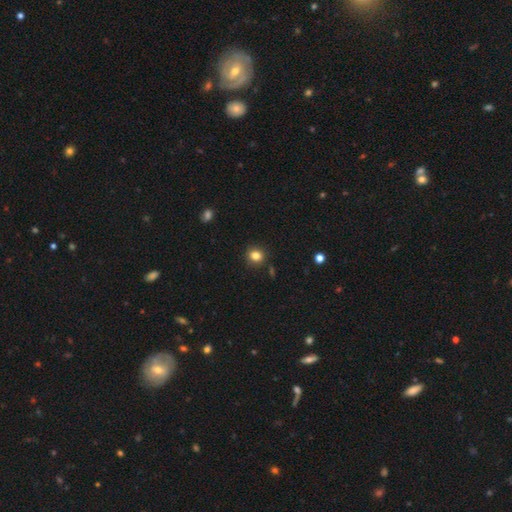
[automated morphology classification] This is clearly a smooth galaxy (83%). How rounded: likely round (77%). Merging: clearly none (87%).